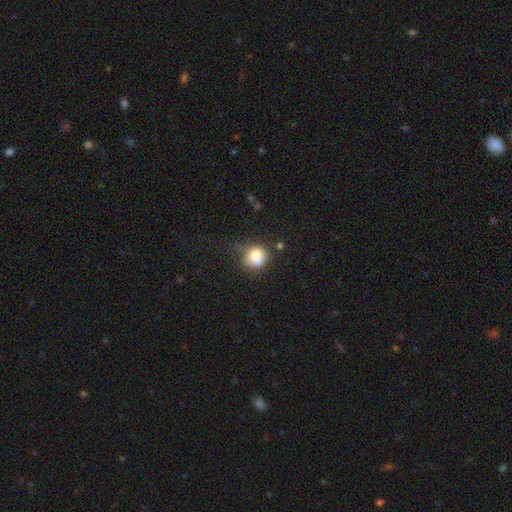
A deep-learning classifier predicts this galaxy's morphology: Q: Smooth or featured?
A: smooth (71%); runner-up: featured or disk (18%)
Q: How rounded?
A: round (74%); runner-up: in between (25%)
Q: Merging?
A: none (36%); runner-up: merger (32%)